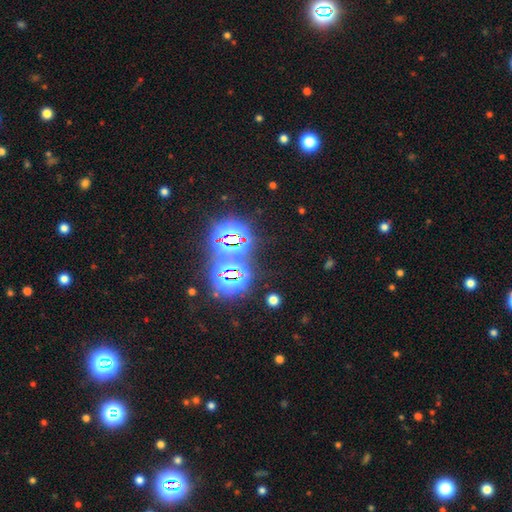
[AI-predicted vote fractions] Smooth or featured?
  - star or artifact: 79% *
  - smooth: 14%
  - featured or disk: 7%